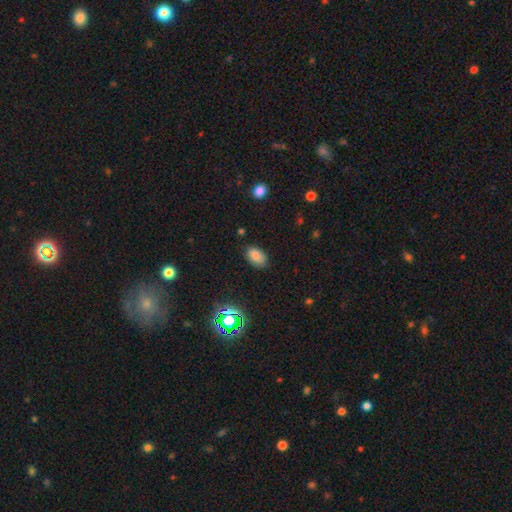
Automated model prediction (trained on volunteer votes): Q: Smooth or featured?
A: smooth (80%); runner-up: star or artifact (13%)
Q: How rounded?
A: in between (90%); runner-up: round (9%)
Q: Merging?
A: none (82%); runner-up: minor disturbance (14%)